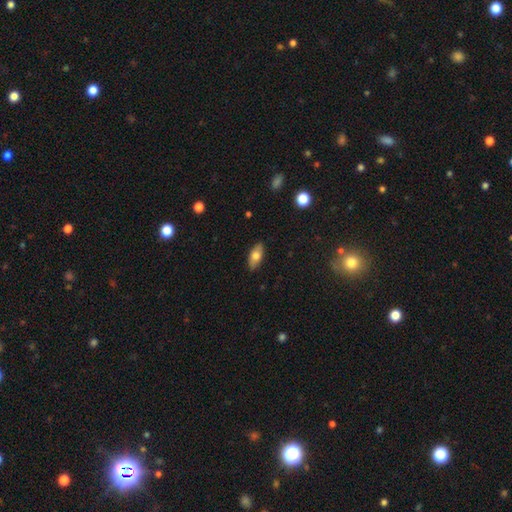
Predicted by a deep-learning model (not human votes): Morphology: type=smooth (72%); roundness=in between (85%); merging=none (87%).